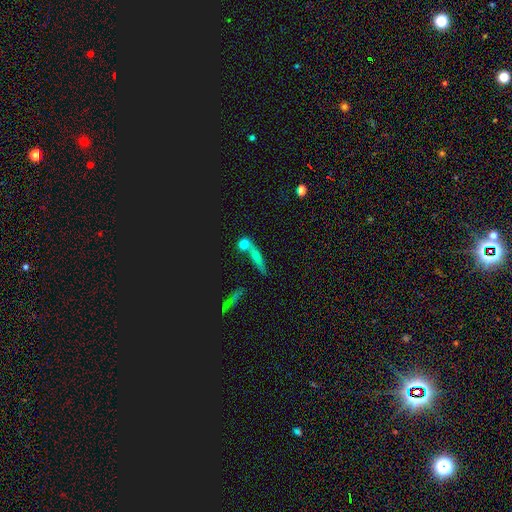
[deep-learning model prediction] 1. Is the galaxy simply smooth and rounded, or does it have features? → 50% smooth, 27% featured or disk, 22% star or artifact.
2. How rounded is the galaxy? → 47% cigar-shaped, 29% round, 24% in between.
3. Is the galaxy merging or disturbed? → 56% none, 28% merger, 10% minor disturbance, 5% major disturbance.